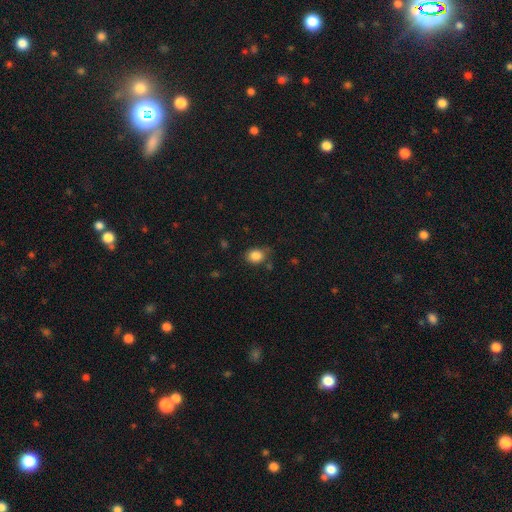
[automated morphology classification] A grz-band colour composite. It shows a smooth galaxy with no disk features (85%) that is in between round and cigar-shaped (51%). Merging: none (68%).